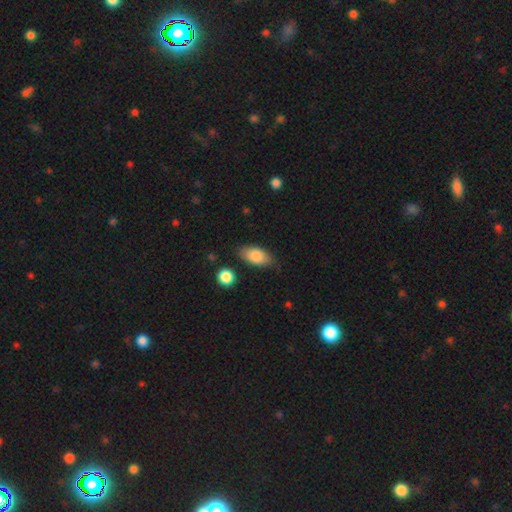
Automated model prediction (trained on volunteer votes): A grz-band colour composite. It shows a smooth galaxy with no disk features (83%) that is in between round and cigar-shaped (91%). Merging: none (79%).